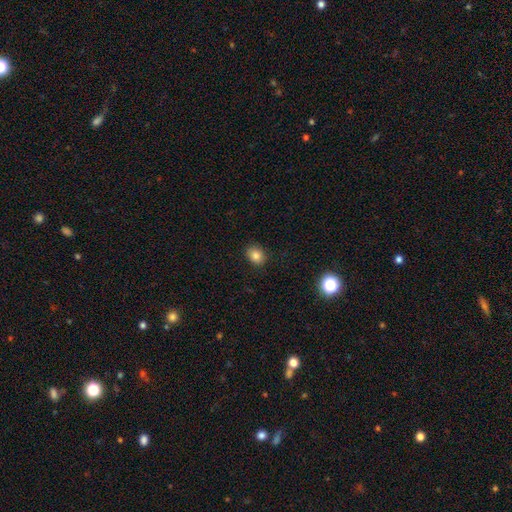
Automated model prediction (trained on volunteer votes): Overall: smooth (82%). How rounded: round (55%; in between 44%). Merging: none (87%).